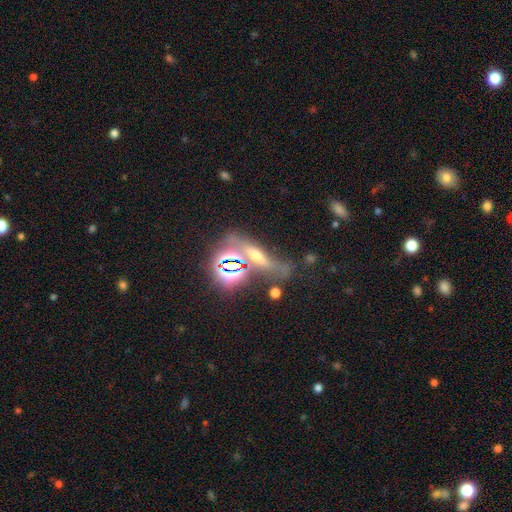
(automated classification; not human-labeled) Smooth or featured? Predicted: star or artifact (p=0.41).